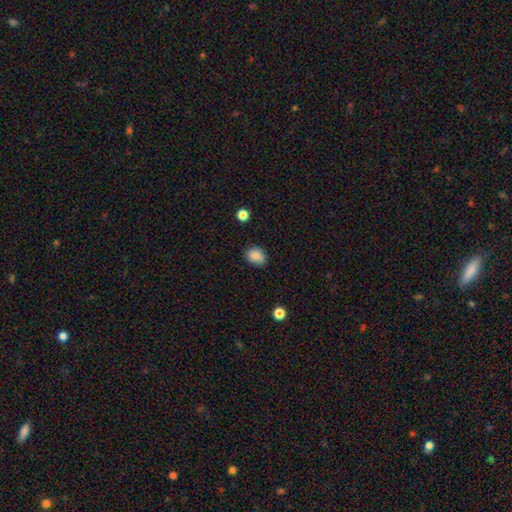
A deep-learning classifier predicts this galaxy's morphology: type=smooth (85%); roundness=in between (55%); merging=none (80%).